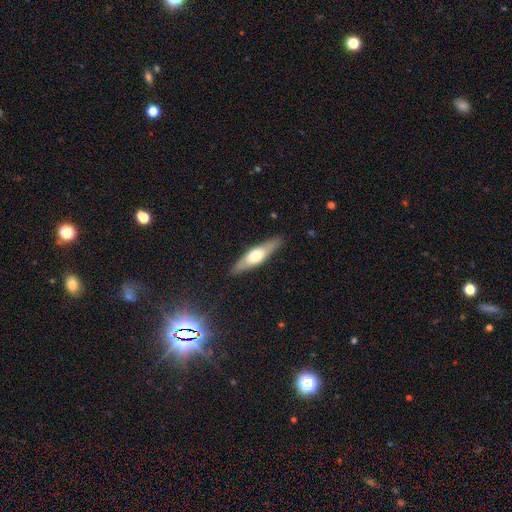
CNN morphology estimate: featured or disk 49%, smooth 45%, star or artifact 6%. Down the decision tree: merging — none (87%).